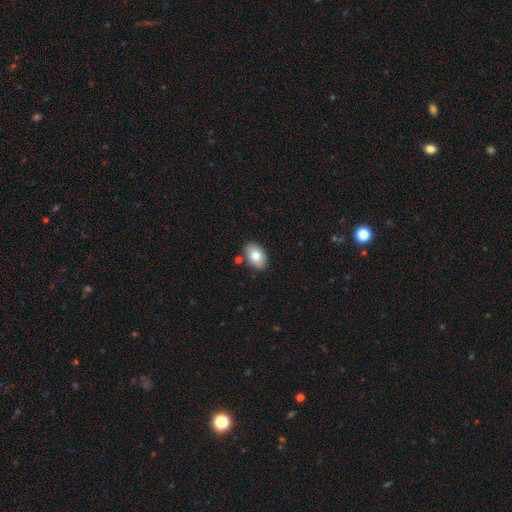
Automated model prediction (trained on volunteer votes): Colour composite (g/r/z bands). It shows a smooth galaxy with no disk features (80%) that is in between round and cigar-shaped (87%). Merging: none (84%).